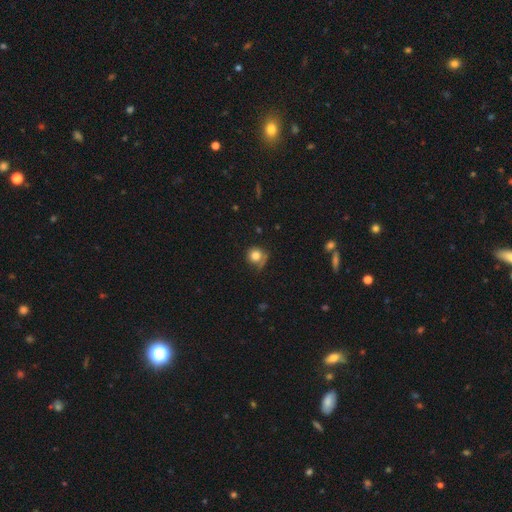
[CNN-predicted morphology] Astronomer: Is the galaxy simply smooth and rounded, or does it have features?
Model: smooth — 80%.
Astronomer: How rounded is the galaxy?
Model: round — 88%.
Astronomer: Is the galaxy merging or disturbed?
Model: none — 60%.